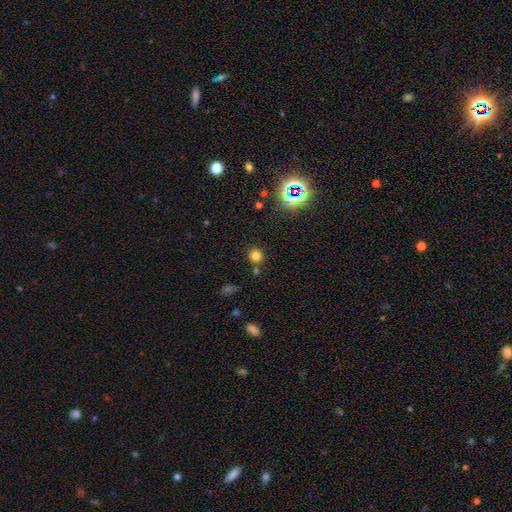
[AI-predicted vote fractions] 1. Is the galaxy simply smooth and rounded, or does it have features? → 74% smooth, 20% star or artifact, 6% featured or disk.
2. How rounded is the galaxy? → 90% round, 9% in between, 1% cigar-shaped.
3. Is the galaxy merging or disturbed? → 78% none, 10% merger, 8% minor disturbance, 3% major disturbance.